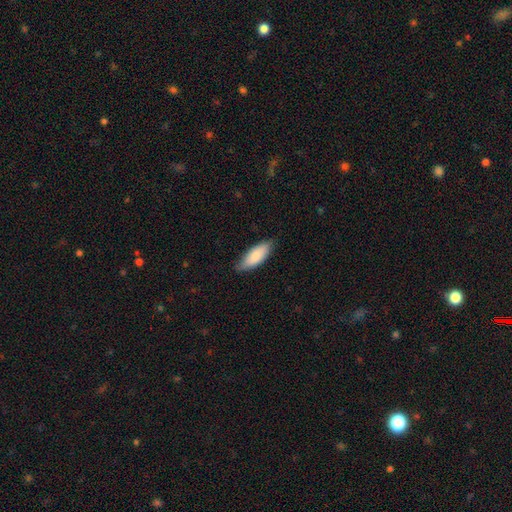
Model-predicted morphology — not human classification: Smooth or featured: smooth — 79% (featured or disk — 15%)
How rounded: in between — 77% (cigar-shaped — 21%)
Merging: none — 77% (minor disturbance — 19%)